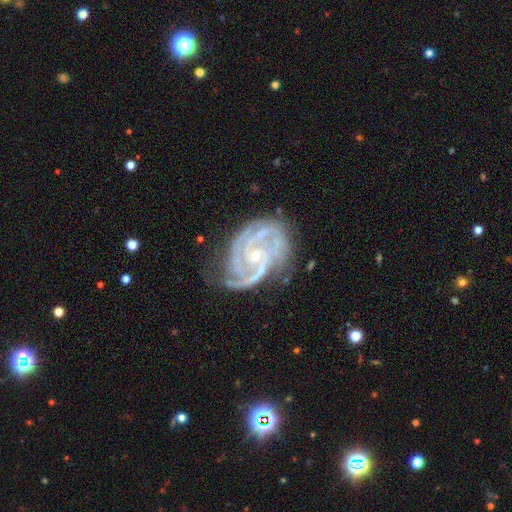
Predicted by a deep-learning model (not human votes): Smooth or featured: featured or disk — 91% (star or artifact — 5%)
Edge-on disk: no — 98% (yes — 2%)
Bar: no — 62% (weak — 28%)
Spiral arms: yes — 98% (no — 2%)
Spiral winding: tight — 64% (medium — 32%)
Spiral arm count: 3 — 40% (2 — 23%)
Bulge size: small — 71% (moderate — 26%)
Merging: none — 64% (minor disturbance — 24%)